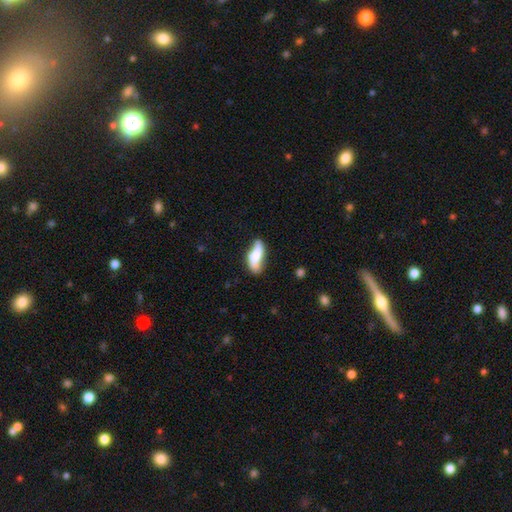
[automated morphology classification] This is possibly a smooth galaxy (57%). How rounded: likely in between (65%). Merging: possibly none (59%).